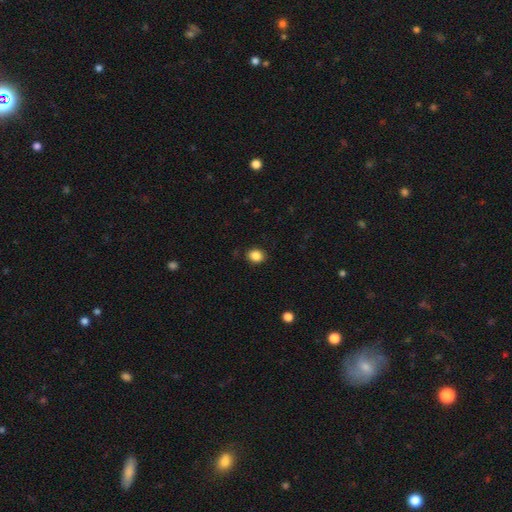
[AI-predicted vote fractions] Smooth or featured?
  - smooth: 86% *
  - star or artifact: 10%
  - featured or disk: 4%
How rounded?
  - round: 59% *
  - in between: 40%
  - cigar-shaped: 1%
Merging?
  - none: 89% *
  - minor disturbance: 8%
  - major disturbance: 2%
  - merger: 1%